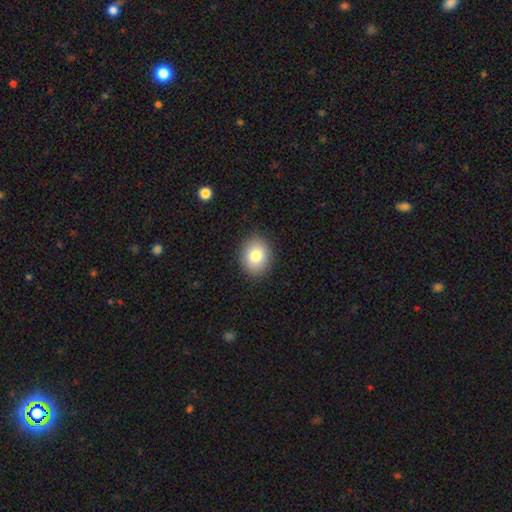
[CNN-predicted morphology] Smooth or featured? smooth (81%)
How rounded? round (52%)
Merging? none (89%)